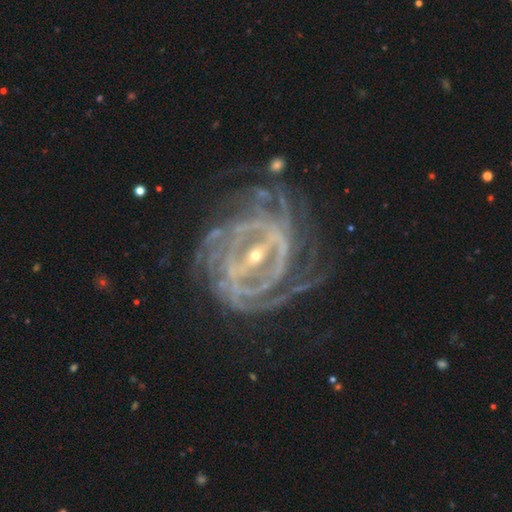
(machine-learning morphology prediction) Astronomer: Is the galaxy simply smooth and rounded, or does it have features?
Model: featured or disk — 92%.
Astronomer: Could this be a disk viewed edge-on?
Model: no — 96%.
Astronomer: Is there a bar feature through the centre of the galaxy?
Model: strong — 71%.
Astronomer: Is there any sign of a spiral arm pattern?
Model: yes — 96%.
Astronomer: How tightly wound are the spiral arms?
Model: tight — 66%.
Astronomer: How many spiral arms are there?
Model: can't tell — 24% (runner-up: 4, 21%).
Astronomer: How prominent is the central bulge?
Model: small — 77%.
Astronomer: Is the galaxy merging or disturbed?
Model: none — 62%.